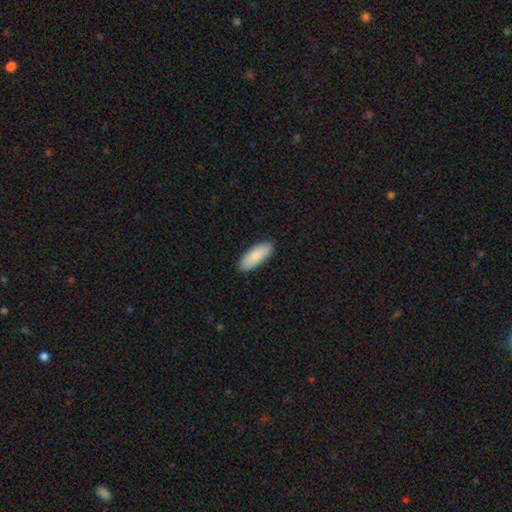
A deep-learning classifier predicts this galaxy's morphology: smooth-or-featured: smooth: 86% | featured or disk: 8% | star or artifact: 5%
  how-rounded: in between: 77% | cigar-shaped: 21% | round: 2%
  merging: none: 89% | minor disturbance: 8% | major disturbance: 2% | merger: 1%